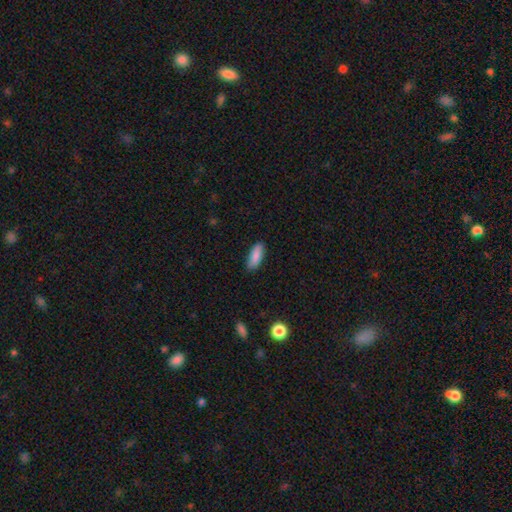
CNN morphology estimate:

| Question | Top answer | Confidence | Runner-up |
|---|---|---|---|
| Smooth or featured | smooth | 86% | featured or disk (8%) |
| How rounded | in between | 69% | cigar-shaped (29%) |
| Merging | none | 86% | minor disturbance (11%) |